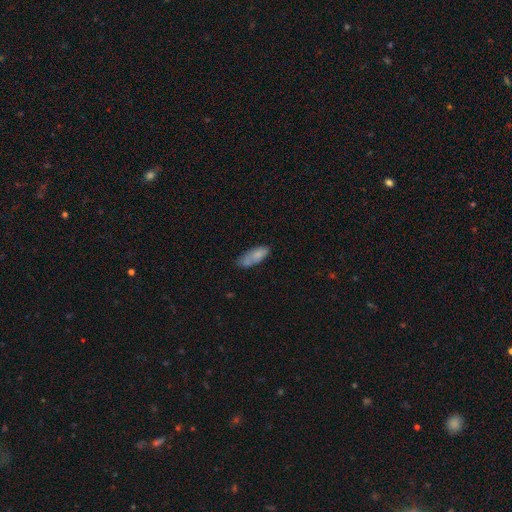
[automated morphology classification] type=smooth (77%); roundness=in between (72%); merging=none (57%).